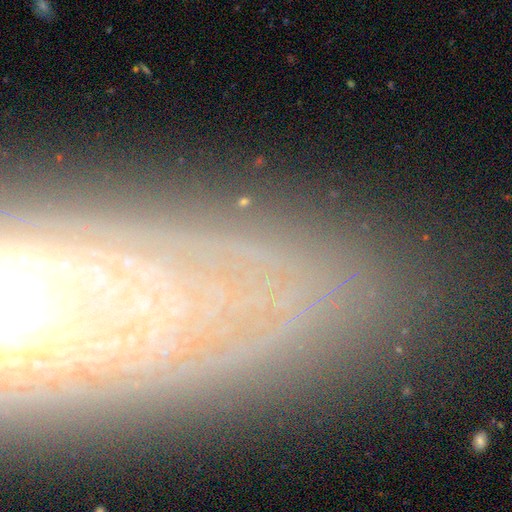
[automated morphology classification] smooth-or-featured: featured or disk: 55% | star or artifact: 24% | smooth: 21%
  disk-edge-on: no: 69% | yes: 31%
  merging: none: 82% | minor disturbance: 12% | major disturbance: 4% | merger: 3%